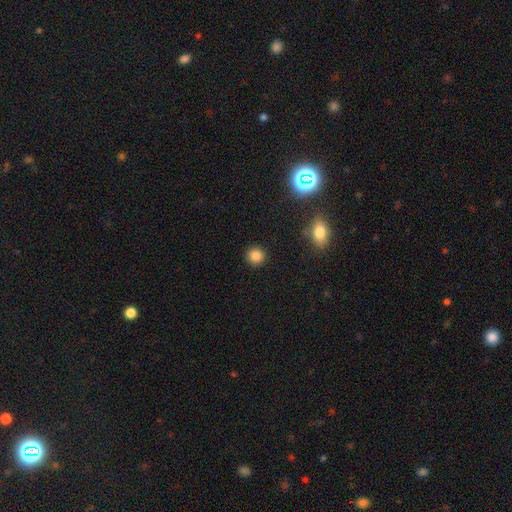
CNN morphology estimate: This is clearly a smooth galaxy (83%). How rounded: clearly round (93%). Merging: clearly none (92%).